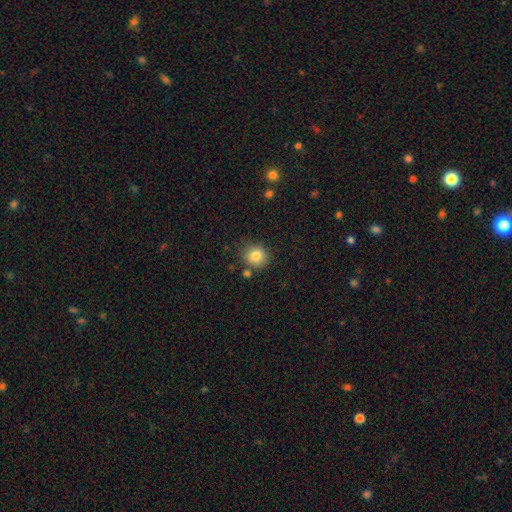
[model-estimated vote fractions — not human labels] Smooth or featured? Predicted: smooth (p=0.83). How rounded? Predicted: round (p=0.82). Merging? Predicted: none (p=0.79).